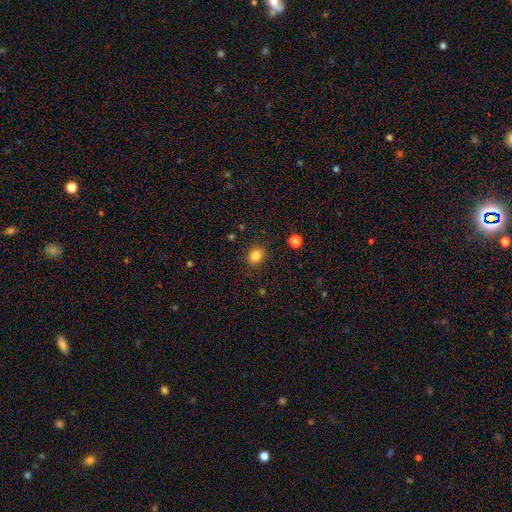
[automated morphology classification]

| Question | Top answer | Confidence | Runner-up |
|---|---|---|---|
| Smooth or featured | smooth | 84% | star or artifact (11%) |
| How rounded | round | 78% | in between (21%) |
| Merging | none | 88% | minor disturbance (8%) |